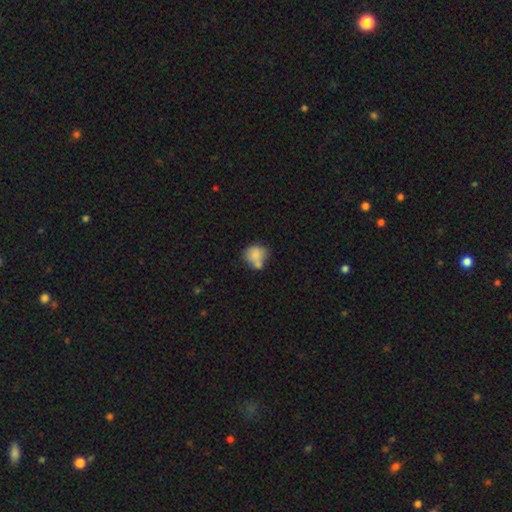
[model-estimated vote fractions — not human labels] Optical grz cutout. It shows a smooth galaxy with no disk features (78%) that is round (71%). Merging: none (40%).